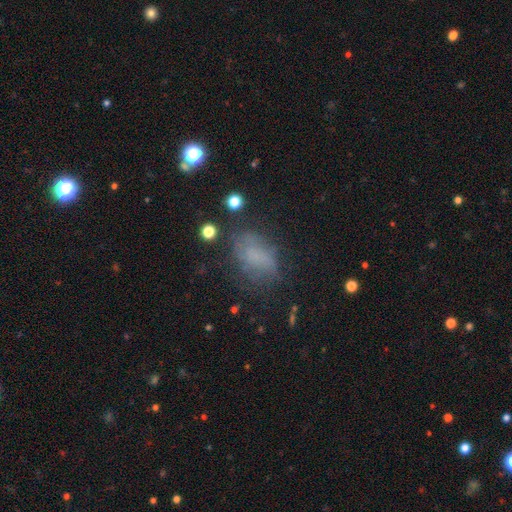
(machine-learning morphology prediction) The model was most divided on "merging": none: 53%, minor disturbance: 25%, major disturbance: 18%, merger: 4%. More confident: how rounded — in between (84%); smooth or featured — smooth (60%).